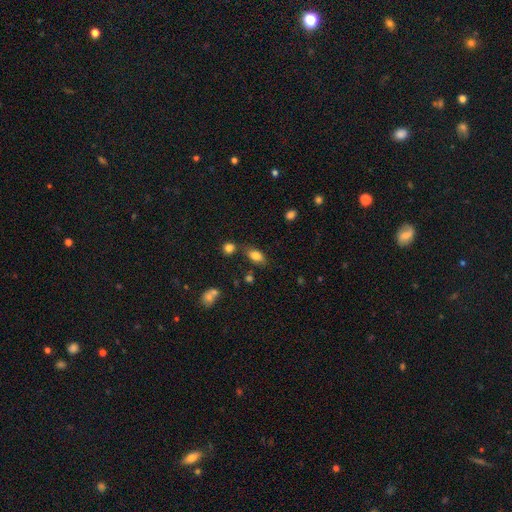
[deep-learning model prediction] Smooth or featured: smooth — 81% (featured or disk — 10%)
How rounded: in between — 85% (round — 9%)
Merging: none — 71% (minor disturbance — 15%)